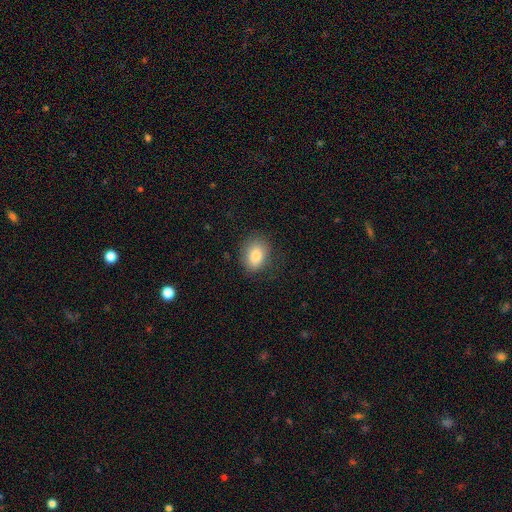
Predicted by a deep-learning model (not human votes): Smooth or featured? smooth (82%)
How rounded? in between (66%)
Merging? none (82%)